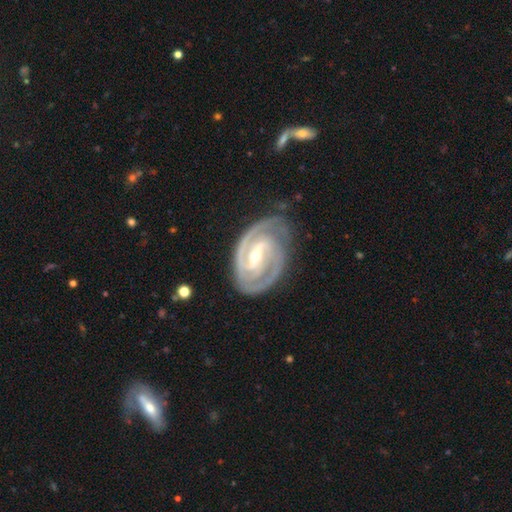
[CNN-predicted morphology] smooth_or_featured: featured or disk (p=0.93) [alt: star or artifact p=0.04]
disk_edge_on: no (p=0.97) [alt: yes p=0.03]
bar: strong (p=0.60) [alt: weak p=0.32]
has_spiral_arms: yes (p=0.98) [alt: no p=0.02]
spiral_winding: tight (p=0.65) [alt: medium p=0.31]
spiral_arm_count: 2 (p=0.74) [alt: 3 p=0.13]
bulge_size: small (p=0.59) [alt: moderate p=0.38]
merging: none (p=0.74) [alt: minor disturbance p=0.18]